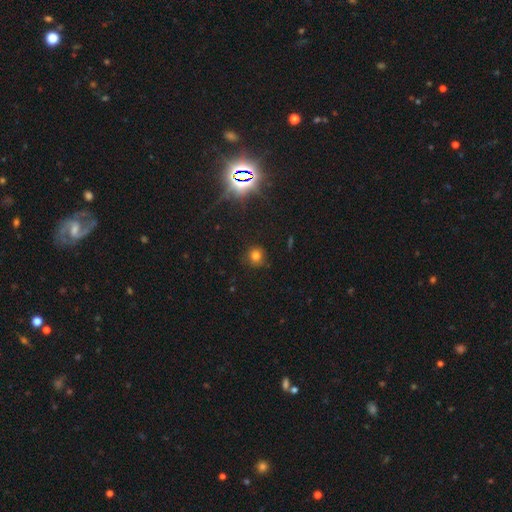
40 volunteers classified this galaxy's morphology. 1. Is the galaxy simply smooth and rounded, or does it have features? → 82% smooth, 10% star or artifact, 8% featured or disk.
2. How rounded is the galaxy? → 91% round, 9% in between, 0% cigar-shaped.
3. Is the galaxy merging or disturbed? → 83% none, 11% minor disturbance, 3% major disturbance, 3% merger.